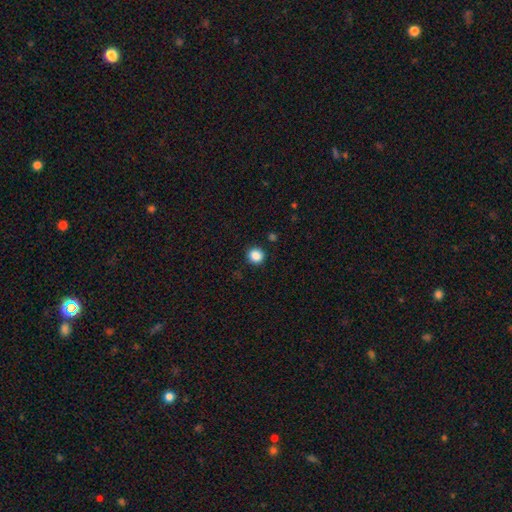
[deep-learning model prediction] Smooth or featured: smooth — 87% (star or artifact — 10%)
How rounded: round — 90% (in between — 9%)
Merging: none — 91% (minor disturbance — 6%)